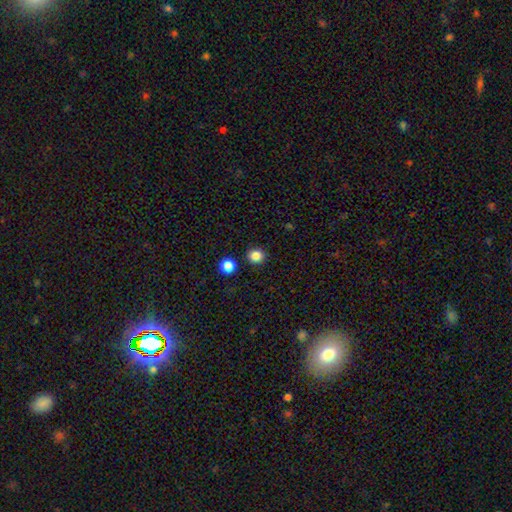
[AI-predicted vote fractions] This appears to be a smooth galaxy with no disk features (85%) that is round (89%). Merging: none (89%).